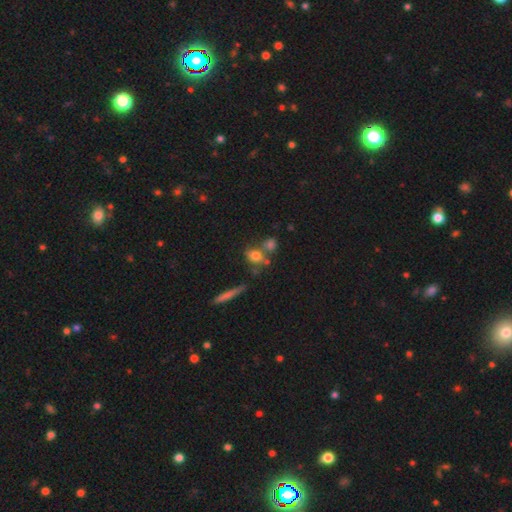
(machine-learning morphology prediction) A smooth galaxy with no disk features (72%) that is in between round and cigar-shaped (47%).

Vote fractions:
- Smooth or featured? smooth: 72% / featured or disk: 15% / star or artifact: 12%
- How rounded? in between: 47% / round: 44% / cigar-shaped: 9%
- Merging? none: 52% / merger: 30% / minor disturbance: 13% / major disturbance: 6%